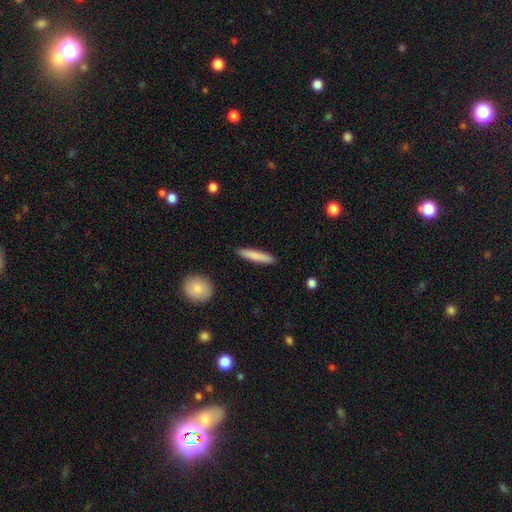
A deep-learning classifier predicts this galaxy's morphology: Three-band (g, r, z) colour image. It shows a smooth galaxy with no disk features (81%) that is cigar-shaped (91%). Merging: none (91%).